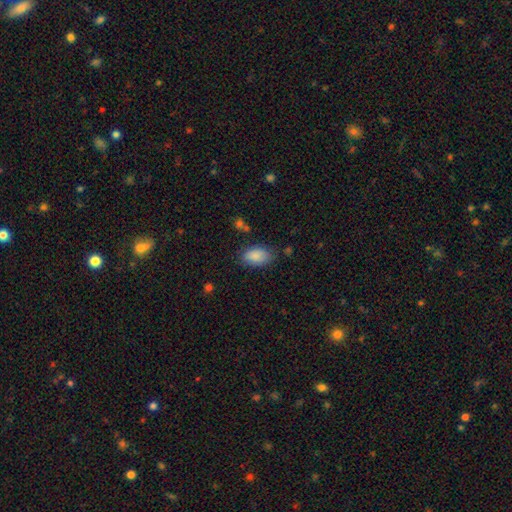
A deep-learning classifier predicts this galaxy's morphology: smooth 86%, star or artifact 7%, featured or disk 7%. Down the decision tree: how rounded — in between (92%); merging — none (76%).